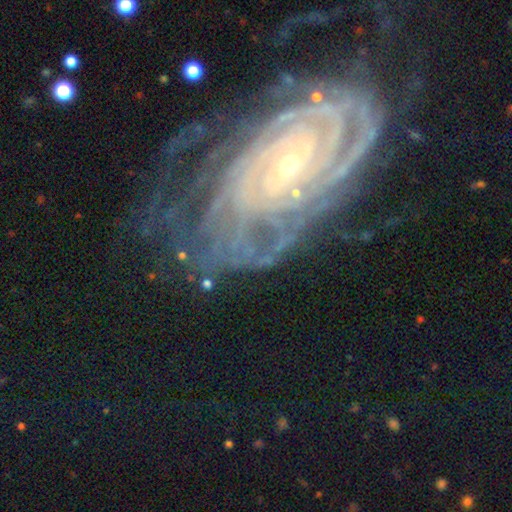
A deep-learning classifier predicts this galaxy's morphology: Overall: featured or disk (88%). Edge-on disk: no (96%). Bar: no (56%; weak 28%). Spiral arms: yes (98%). Spiral arm count: can't tell (24%; more than 4 22%). Spiral winding: tight (84%). Bulge size: small (78%). Merging: none (67%).